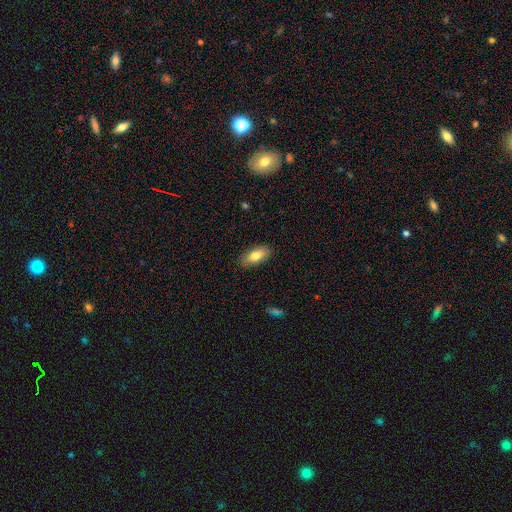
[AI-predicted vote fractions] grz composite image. It shows a smooth galaxy with no disk features (77%) that is in between round and cigar-shaped (87%). Merging: none (87%).